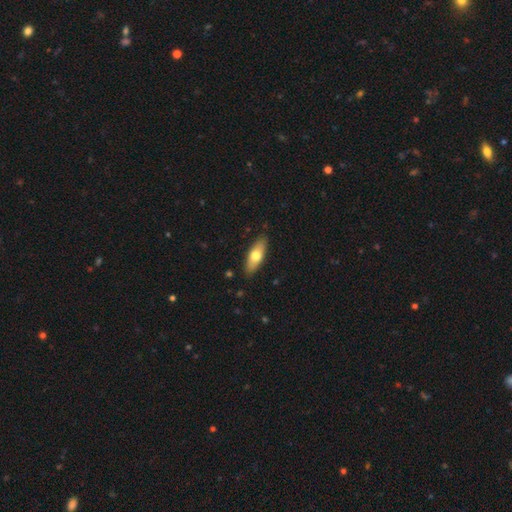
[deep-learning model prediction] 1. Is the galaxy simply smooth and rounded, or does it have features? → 65% smooth, 29% featured or disk, 6% star or artifact.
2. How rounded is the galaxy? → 68% in between, 29% cigar-shaped, 3% round.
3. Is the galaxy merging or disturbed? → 87% none, 10% minor disturbance, 2% major disturbance, 1% merger.